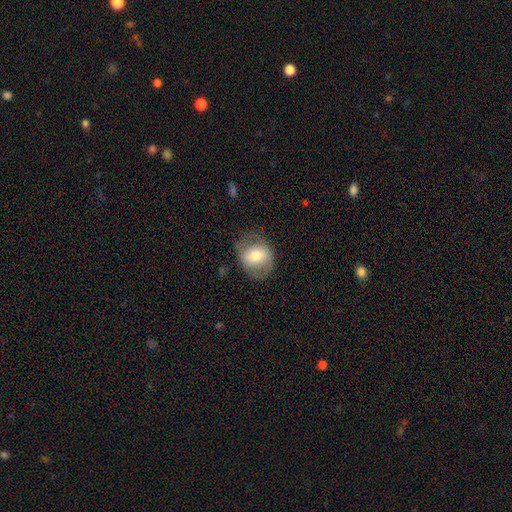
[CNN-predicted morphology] type=smooth (61%); roundness=round (54%); merging=none (67%).